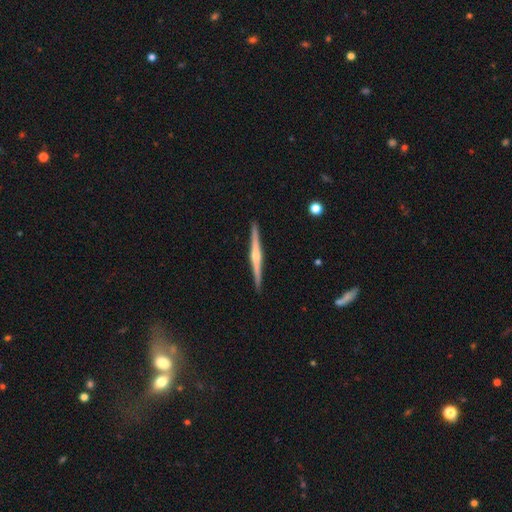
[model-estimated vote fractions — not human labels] Smooth or featured? Predicted: featured or disk (p=0.80). Edge-on disk? Predicted: yes (p=0.99). Edge-on bulge? Predicted: rounded (p=0.84). Merging? Predicted: none (p=0.92).